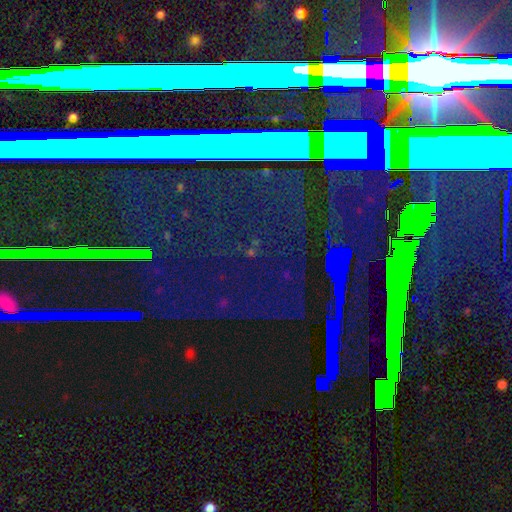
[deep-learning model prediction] Smooth or featured? star or artifact (75%)